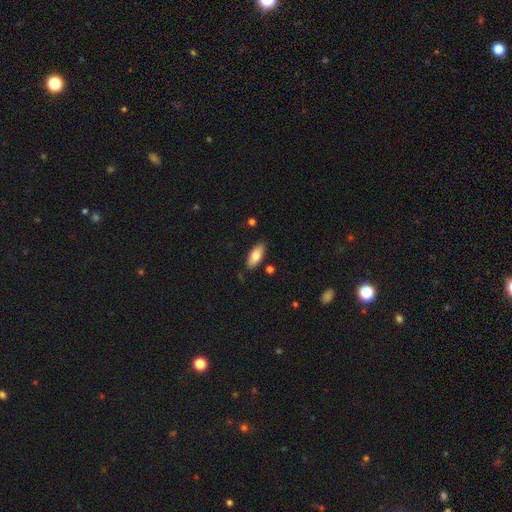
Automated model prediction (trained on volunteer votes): Smooth or featured? Predicted: smooth (p=0.78). How rounded? Predicted: in between (p=0.83). Merging? Predicted: none (p=0.85).